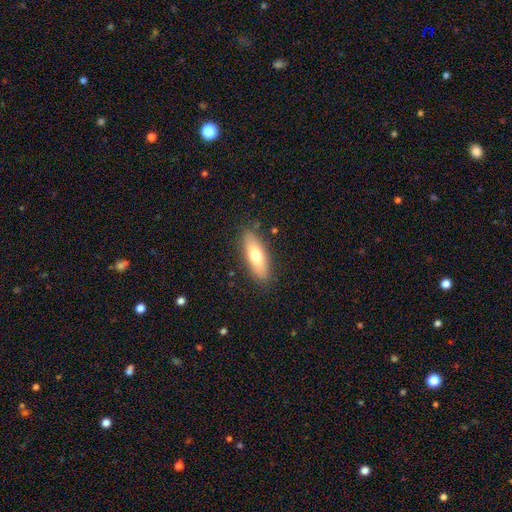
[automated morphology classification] Overall: smooth (69%). How rounded: in between (57%; cigar-shaped 40%). Merging: none (85%).